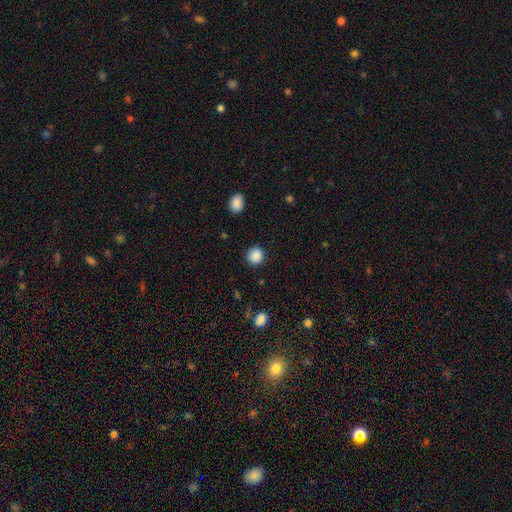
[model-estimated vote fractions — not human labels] The model was most divided on "how rounded": round: 85%, in between: 14%, cigar-shaped: 1%. More confident: merging — none (89%); smooth or featured — smooth (88%).